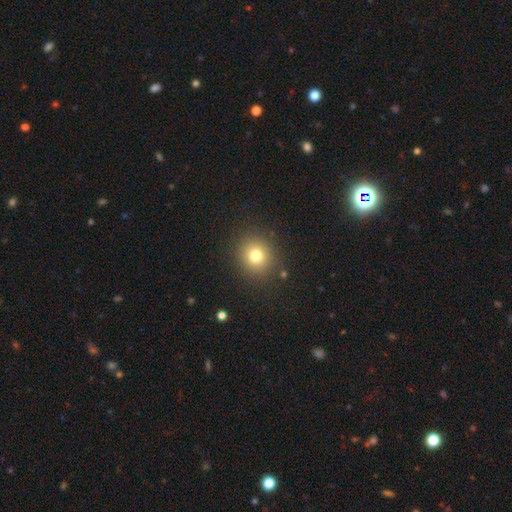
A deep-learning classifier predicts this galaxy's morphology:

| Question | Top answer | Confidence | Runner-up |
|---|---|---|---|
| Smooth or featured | smooth | 77% | star or artifact (14%) |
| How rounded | round | 86% | in between (14%) |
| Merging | none | 88% | minor disturbance (7%) |